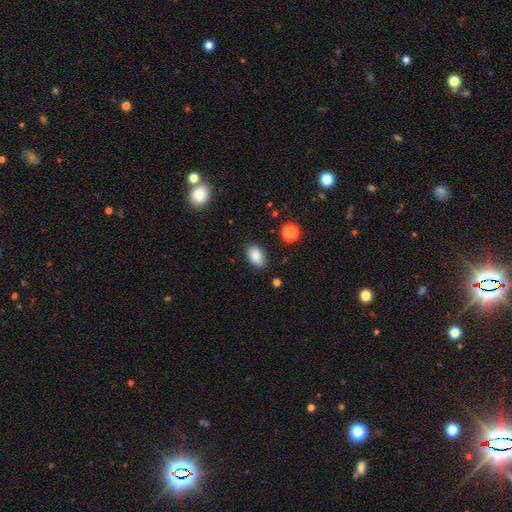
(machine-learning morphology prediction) smooth 85%, star or artifact 9%, featured or disk 7%. Down the decision tree: how rounded — in between (89%); merging — none (84%).